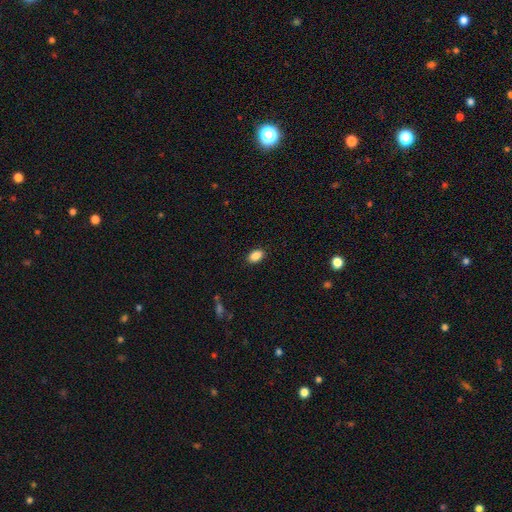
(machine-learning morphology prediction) This is clearly a smooth galaxy (88%). How rounded: clearly in between (88%). Merging: clearly none (89%).